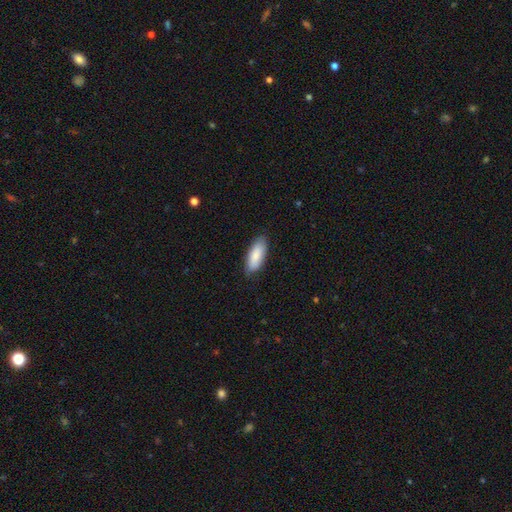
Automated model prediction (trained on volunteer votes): A smooth galaxy with no disk features (85%) that is in between round and cigar-shaped (77%).

Vote fractions:
- Smooth or featured? smooth: 85% / featured or disk: 10% / star or artifact: 5%
- How rounded? in between: 77% / cigar-shaped: 21% / round: 2%
- Merging? none: 82% / minor disturbance: 14% / major disturbance: 2% / merger: 1%